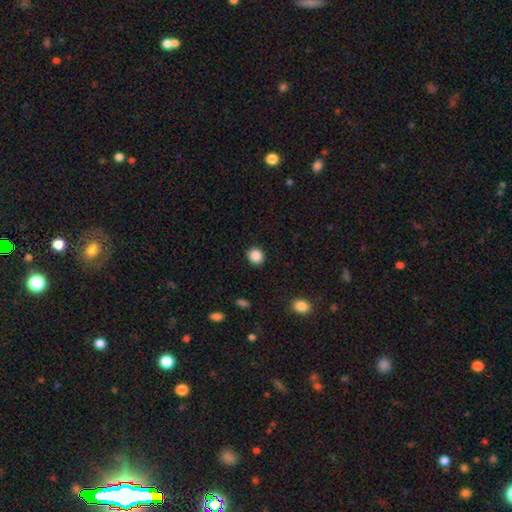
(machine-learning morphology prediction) smooth 88%, star or artifact 9%, featured or disk 3%. Down the decision tree: how rounded — round (75%); merging — none (90%).